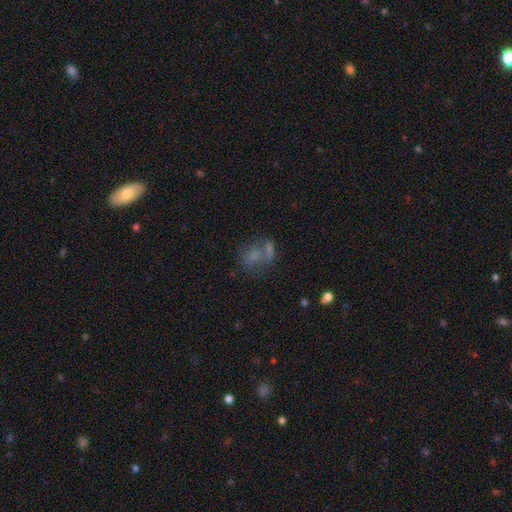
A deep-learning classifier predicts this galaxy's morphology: Smooth or featured? smooth (60%)
How rounded? in between (53%)
Merging? none (38%)